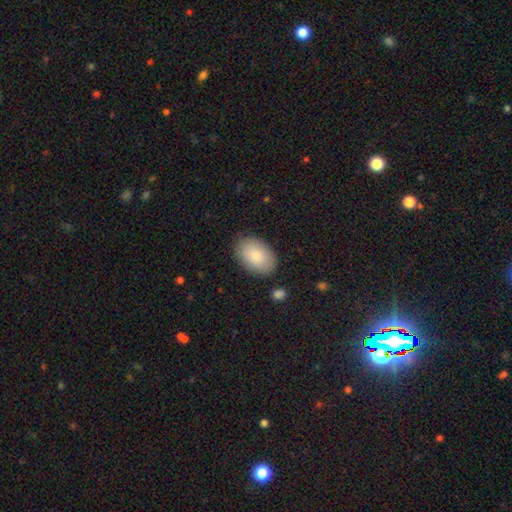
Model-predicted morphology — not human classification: Smooth or featured? smooth (85%)
How rounded? in between (89%)
Merging? none (84%)